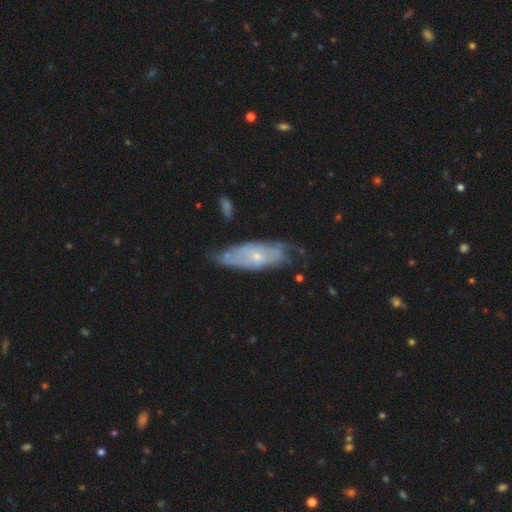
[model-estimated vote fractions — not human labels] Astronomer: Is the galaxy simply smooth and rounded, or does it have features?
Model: featured or disk — 67%.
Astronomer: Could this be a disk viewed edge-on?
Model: no — 82%.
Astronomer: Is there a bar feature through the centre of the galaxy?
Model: no — 76%.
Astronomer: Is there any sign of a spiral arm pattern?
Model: yes — 70%.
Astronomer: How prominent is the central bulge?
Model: small — 72%.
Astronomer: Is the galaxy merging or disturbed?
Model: none — 56%.